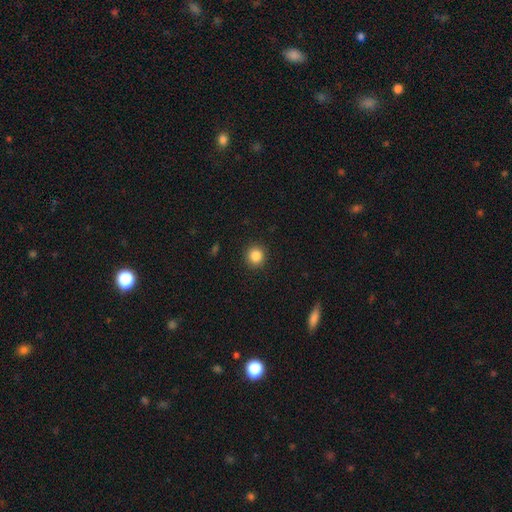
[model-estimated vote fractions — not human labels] A smooth galaxy with no disk features (85%) that is round (93%). Merging: none (91%).